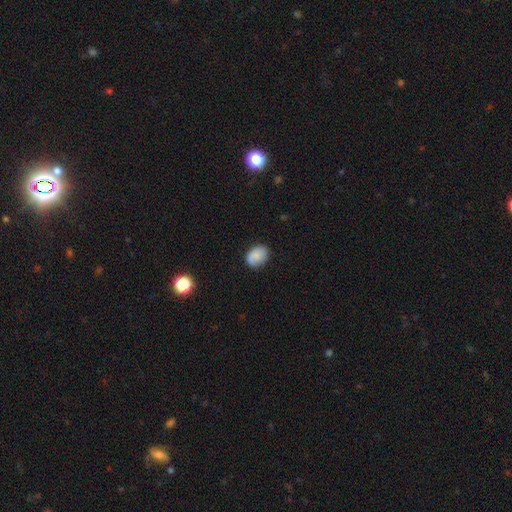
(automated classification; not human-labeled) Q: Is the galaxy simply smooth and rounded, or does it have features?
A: smooth — 83%.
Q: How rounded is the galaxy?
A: in between — 65%.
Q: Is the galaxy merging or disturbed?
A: none — 75%.